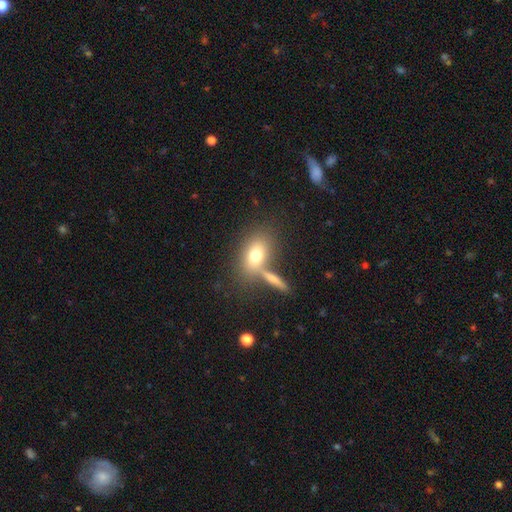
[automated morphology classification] Smooth or featured?
  - smooth: 72% *
  - featured or disk: 19%
  - star or artifact: 9%
How rounded?
  - in between: 75% *
  - round: 19%
  - cigar-shaped: 6%
Merging?
  - none: 53% *
  - merger: 28%
  - minor disturbance: 13%
  - major disturbance: 7%